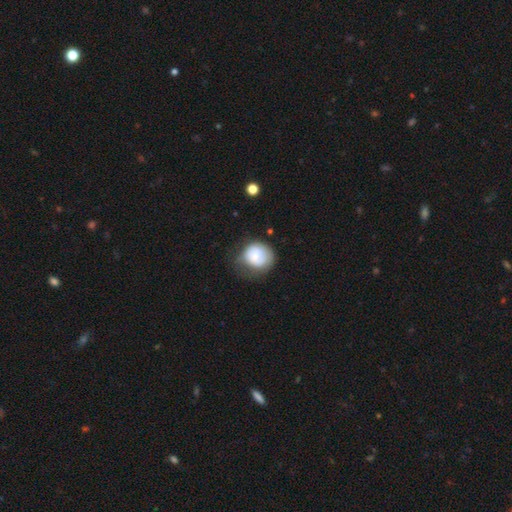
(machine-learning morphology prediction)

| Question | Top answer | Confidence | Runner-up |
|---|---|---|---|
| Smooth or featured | smooth | 72% | featured or disk (21%) |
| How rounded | round | 79% | in between (20%) |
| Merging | none | 46% | minor disturbance (32%) |